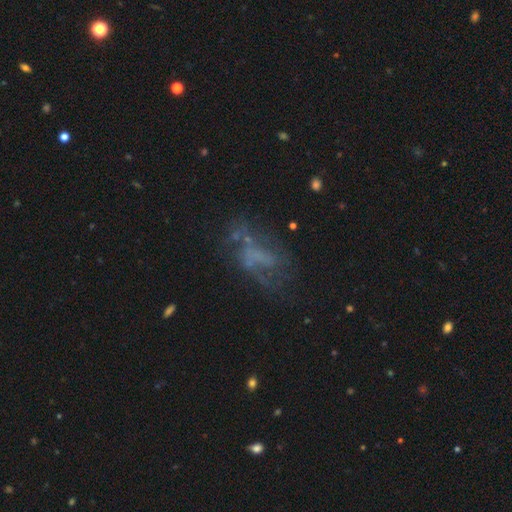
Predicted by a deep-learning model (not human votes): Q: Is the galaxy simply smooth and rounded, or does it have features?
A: featured or disk — 54%.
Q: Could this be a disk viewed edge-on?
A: no — 95%.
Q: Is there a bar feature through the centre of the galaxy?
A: no — 70%.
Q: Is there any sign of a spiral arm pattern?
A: no — 68%.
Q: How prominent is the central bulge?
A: none — 75%.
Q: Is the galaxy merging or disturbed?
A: none — 40%.